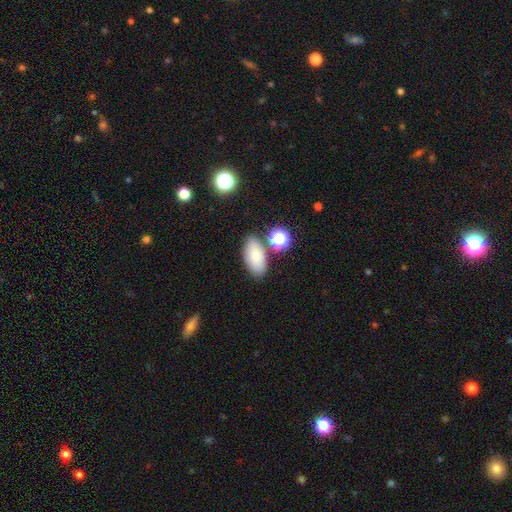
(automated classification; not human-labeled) Smooth or featured: smooth — 80% (star or artifact — 11%)
How rounded: in between — 91% (round — 5%)
Merging: none — 70% (minor disturbance — 14%)